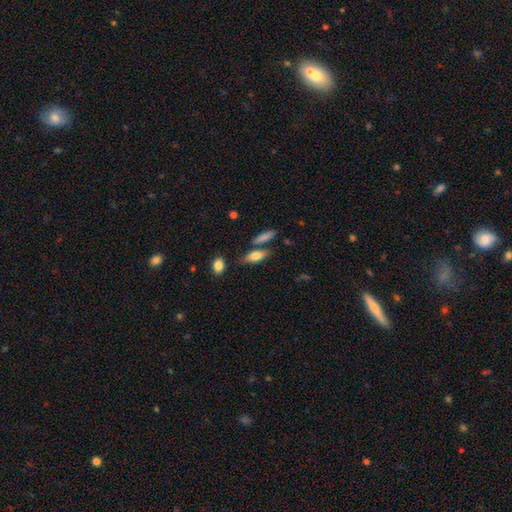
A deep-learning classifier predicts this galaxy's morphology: Overall: smooth (71%). How rounded: in between (60%; cigar-shaped 36%). Merging: none (70%).